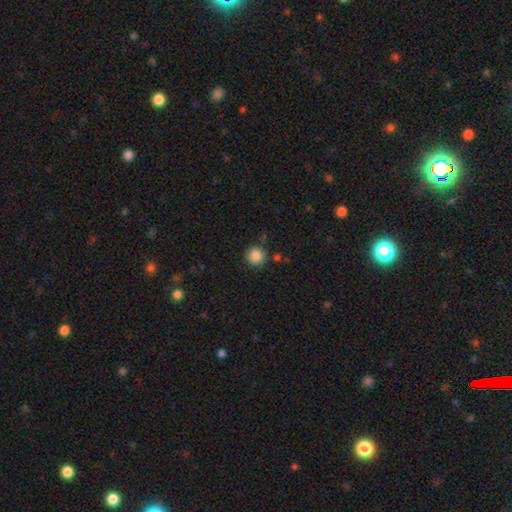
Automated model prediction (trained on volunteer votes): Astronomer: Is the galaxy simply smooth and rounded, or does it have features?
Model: smooth — 87%.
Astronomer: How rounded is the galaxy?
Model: round — 93%.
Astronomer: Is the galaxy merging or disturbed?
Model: none — 86%.